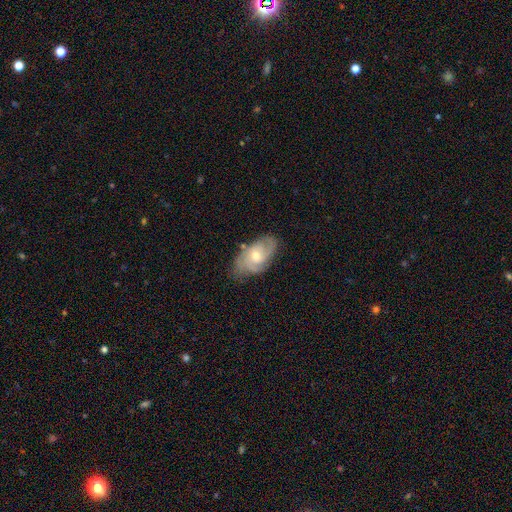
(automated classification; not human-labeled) Smooth or featured: featured or disk — 75% (smooth — 19%)
Edge-on disk: no — 95% (yes — 5%)
Bar: no — 68% (weak — 28%)
Spiral arms: yes — 93% (no — 7%)
Spiral winding: tight — 50% (medium — 39%)
Spiral arm count: 2 — 32% (3 — 29%)
Bulge size: moderate — 57% (small — 38%)
Merging: none — 71% (minor disturbance — 21%)